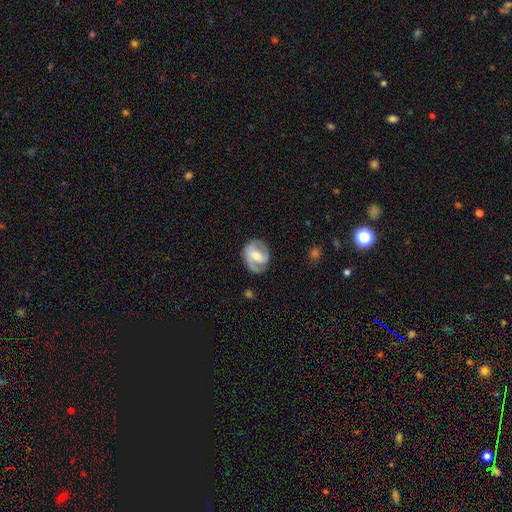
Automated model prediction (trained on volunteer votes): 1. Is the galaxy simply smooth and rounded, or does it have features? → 74% featured or disk, 20% smooth, 6% star or artifact.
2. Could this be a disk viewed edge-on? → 97% no, 3% yes.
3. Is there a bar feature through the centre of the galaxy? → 43% strong, 39% weak, 18% no.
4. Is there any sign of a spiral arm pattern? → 88% yes, 12% no.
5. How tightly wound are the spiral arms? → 45% medium, 37% tight, 17% loose.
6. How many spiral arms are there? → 79% 2, 9% 1, 8% can't tell, 2% 3, 1% 4, 1% more than 4.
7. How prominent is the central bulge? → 54% moderate, 36% small, 7% large, 3% none, 1% dominant.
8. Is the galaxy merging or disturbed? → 75% none, 16% minor disturbance, 8% major disturbance, 2% merger.